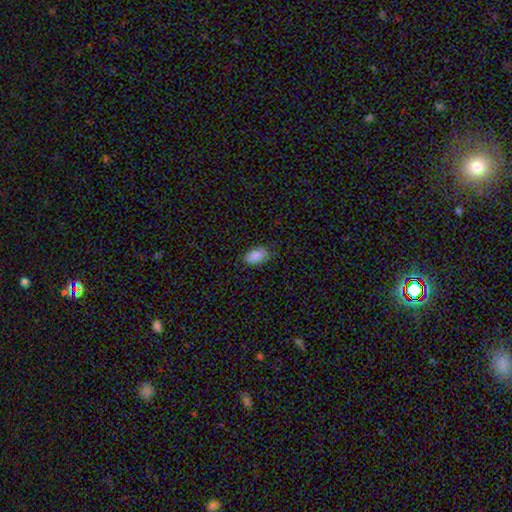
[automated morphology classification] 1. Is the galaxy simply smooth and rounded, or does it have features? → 87% smooth, 7% star or artifact, 6% featured or disk.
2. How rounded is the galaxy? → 92% in between, 6% round, 2% cigar-shaped.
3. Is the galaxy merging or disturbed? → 73% none, 21% minor disturbance, 4% major disturbance, 1% merger.